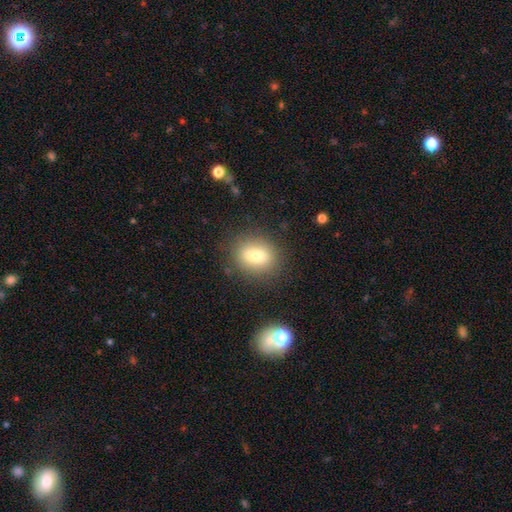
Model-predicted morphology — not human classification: Smooth or featured? smooth (76%)
How rounded? in between (51%)
Merging? none (84%)